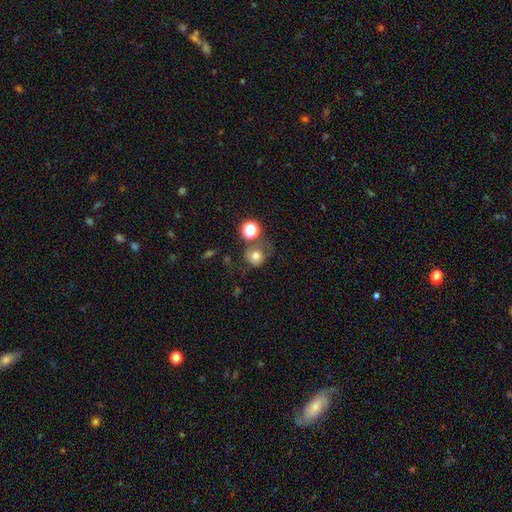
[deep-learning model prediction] Smooth or featured? Predicted: smooth (p=0.71). How rounded? Predicted: round (p=0.82). Merging? Predicted: none (p=0.49).